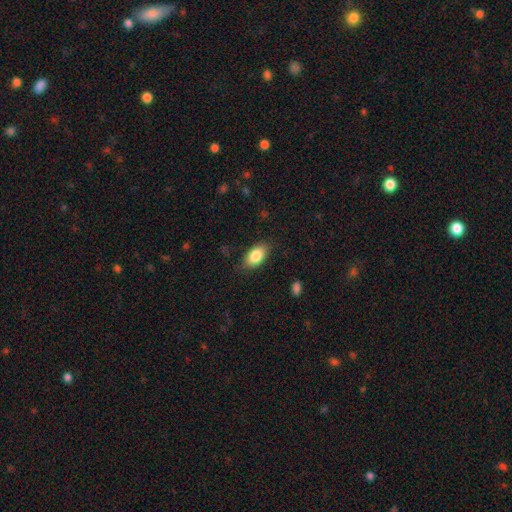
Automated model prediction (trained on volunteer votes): smooth_or_featured: smooth (p=0.85) [alt: featured or disk p=0.09]
how_rounded: in between (p=0.92) [alt: round p=0.05]
merging: none (p=0.82) [alt: minor disturbance p=0.13]